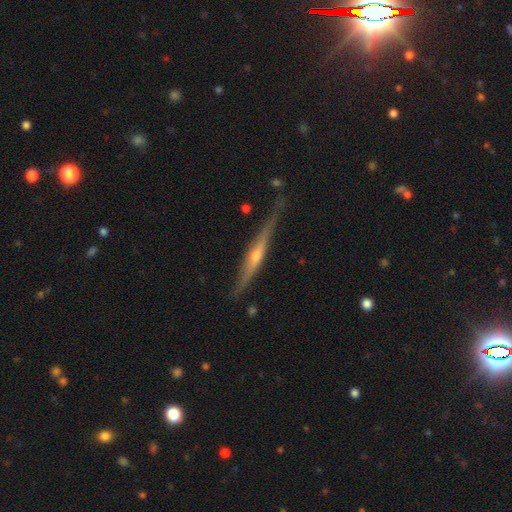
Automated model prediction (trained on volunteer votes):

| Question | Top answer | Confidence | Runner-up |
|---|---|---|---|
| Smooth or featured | featured or disk | 74% | smooth (20%) |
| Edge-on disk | yes | 97% | no (3%) |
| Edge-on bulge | rounded | 79% | none (15%) |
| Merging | none | 79% | minor disturbance (16%) |